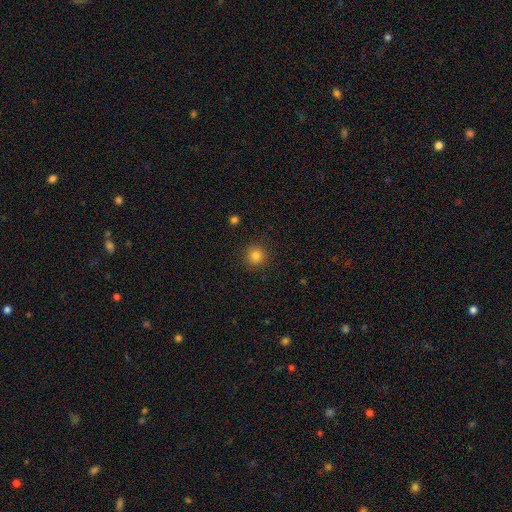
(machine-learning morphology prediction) This appears to be a smooth galaxy with no disk features (83%) that is round (94%). Merging: none (91%).